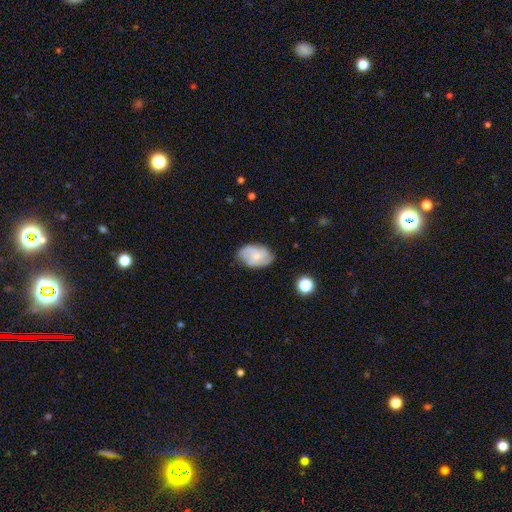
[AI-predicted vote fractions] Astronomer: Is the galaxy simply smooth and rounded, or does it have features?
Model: featured or disk — 53% (runner-up: smooth, 40%).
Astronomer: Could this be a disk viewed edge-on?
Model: no — 96%.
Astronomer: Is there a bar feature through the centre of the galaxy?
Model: no — 62%.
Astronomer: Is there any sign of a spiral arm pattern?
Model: yes — 85%.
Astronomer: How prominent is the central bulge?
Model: small — 56% (runner-up: moderate, 33%).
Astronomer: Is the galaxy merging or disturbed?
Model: none — 74%.